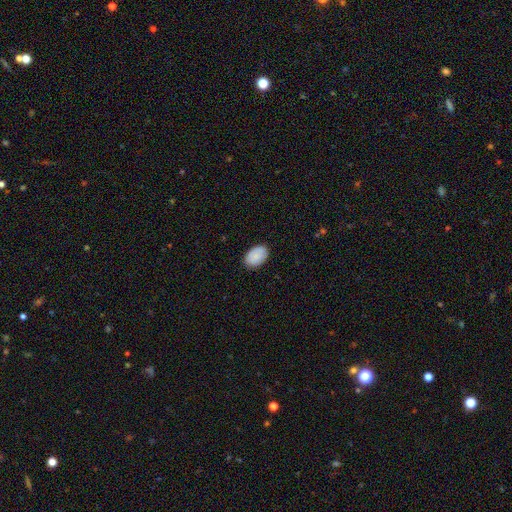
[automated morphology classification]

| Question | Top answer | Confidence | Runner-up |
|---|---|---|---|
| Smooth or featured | smooth | 88% | star or artifact (6%) |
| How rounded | in between | 89% | round (10%) |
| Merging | none | 87% | minor disturbance (10%) |